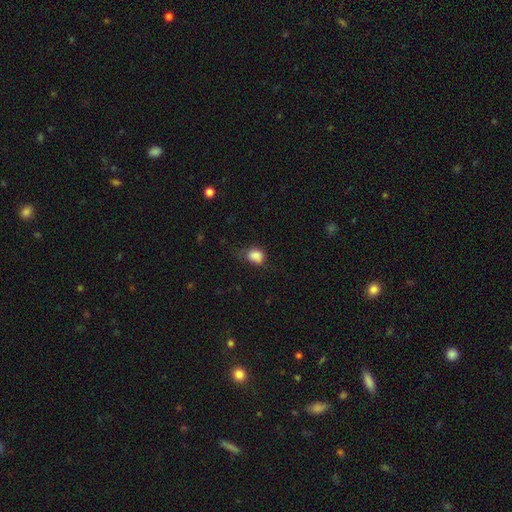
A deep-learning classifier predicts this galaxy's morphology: This is clearly a smooth galaxy (85%). How rounded: possibly in between (56%). Merging: possibly none (50%).